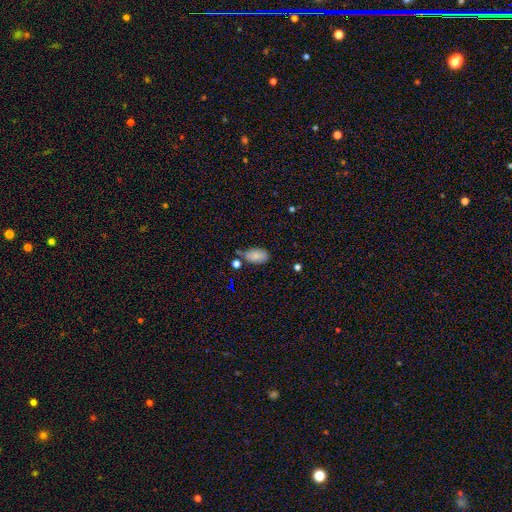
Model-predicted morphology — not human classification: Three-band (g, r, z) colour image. It shows a smooth galaxy with no disk features (81%) that is in between round and cigar-shaped (92%). Merging: none (57%).